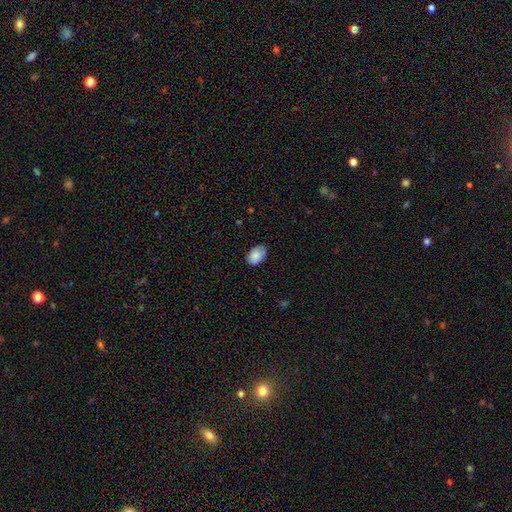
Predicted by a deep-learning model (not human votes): This appears to be a smooth galaxy with no disk features (83%) that is in between round and cigar-shaped (83%). Merging: none (72%).